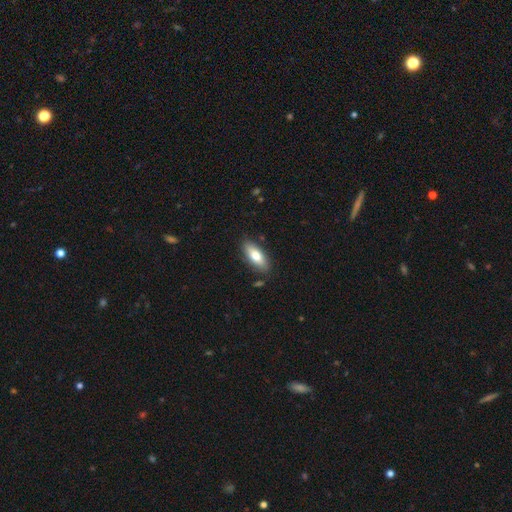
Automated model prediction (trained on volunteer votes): Smooth or featured: smooth — 77% (featured or disk — 17%)
How rounded: in between — 80% (cigar-shaped — 18%)
Merging: none — 84% (minor disturbance — 11%)